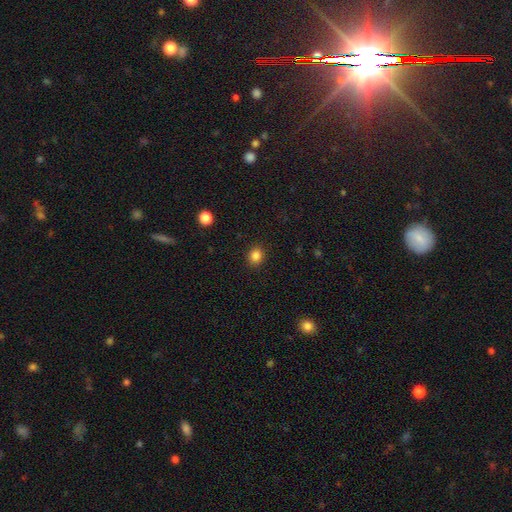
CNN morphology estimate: A smooth galaxy with no disk features (85%) that is round (72%).

Vote fractions:
- Smooth or featured? smooth: 85% / star or artifact: 11% / featured or disk: 4%
- How rounded? round: 72% / in between: 27% / cigar-shaped: 1%
- Merging? none: 90% / minor disturbance: 7% / major disturbance: 2% / merger: 1%